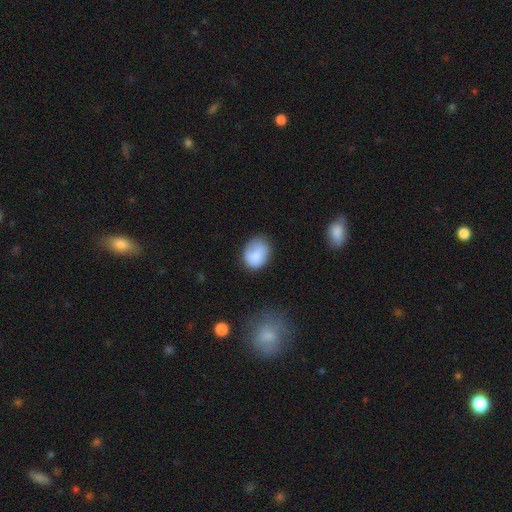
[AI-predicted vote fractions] The model was most divided on "how rounded": in between: 56%, round: 43%, cigar-shaped: 1%. More confident: smooth or featured — smooth (80%); merging — none (63%).